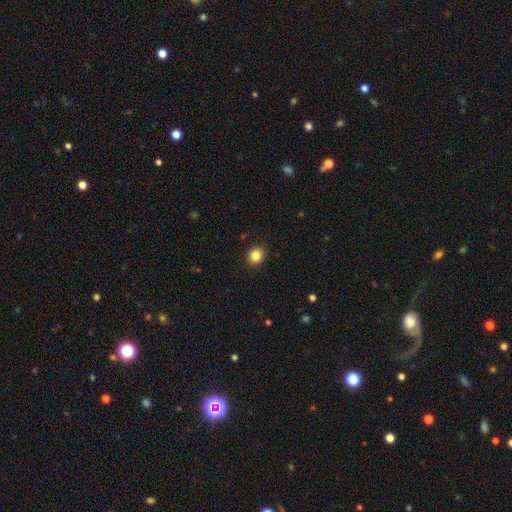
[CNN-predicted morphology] A smooth galaxy with no disk features (84%) that is round (82%). Merging: none (91%).